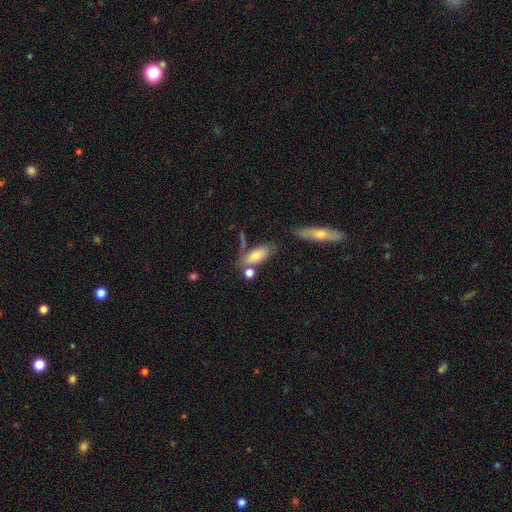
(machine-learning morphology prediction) This appears to be a smooth galaxy with no disk features (75%) that is in between round and cigar-shaped (73%). Merging: none (59%).